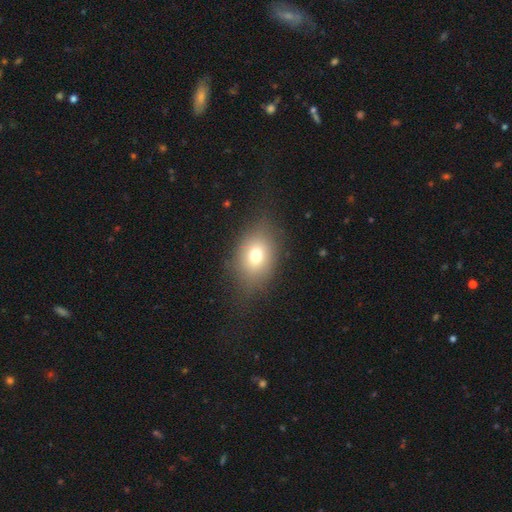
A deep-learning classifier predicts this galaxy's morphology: This is likely a smooth galaxy (71%). How rounded: likely in between (67%). Merging: likely none (76%).